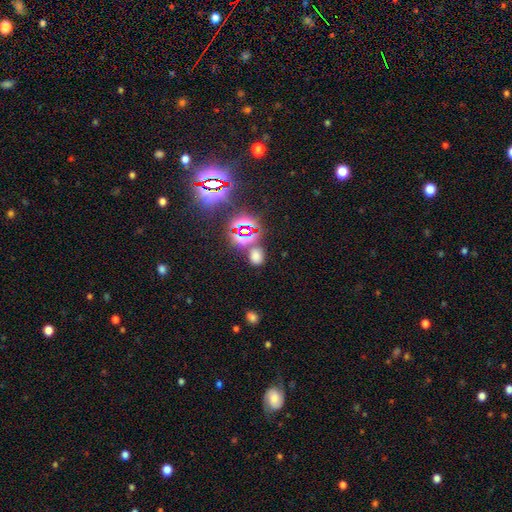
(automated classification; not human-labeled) This is possibly a smooth galaxy (57%). How rounded: possibly in between (51%). Merging: likely none (72%).